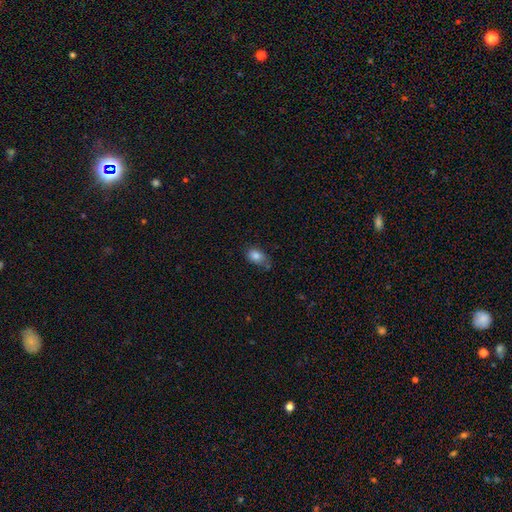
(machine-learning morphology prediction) type=smooth (83%); roundness=in between (80%); merging=none (54%).